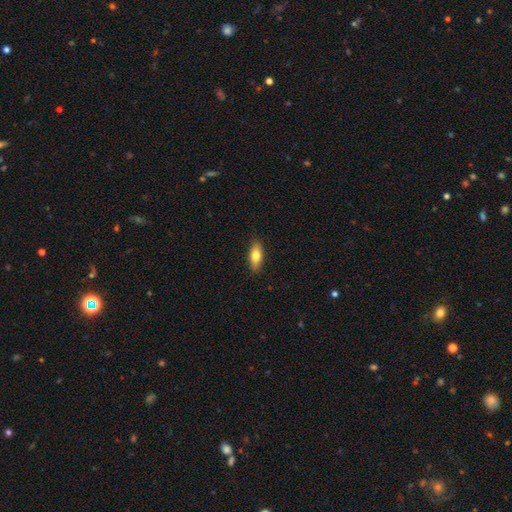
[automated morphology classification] smooth_or_featured: smooth (p=0.73) [alt: featured or disk p=0.20]
how_rounded: in between (p=0.72) [alt: cigar-shaped p=0.24]
merging: none (p=0.87) [alt: minor disturbance p=0.10]